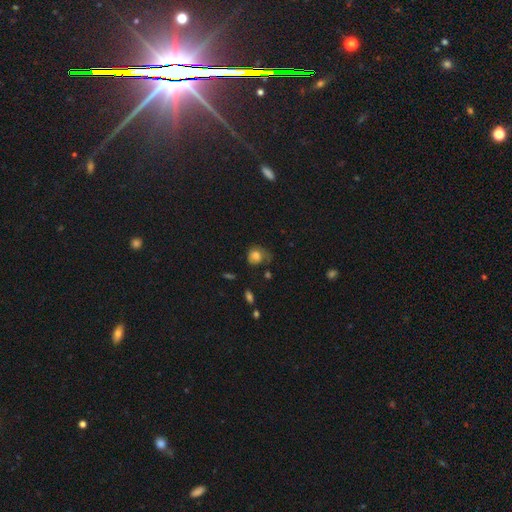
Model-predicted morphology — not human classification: Overall: smooth (72%). How rounded: round (68%; in between 31%). Merging: none (40%; minor disturbance 31%).